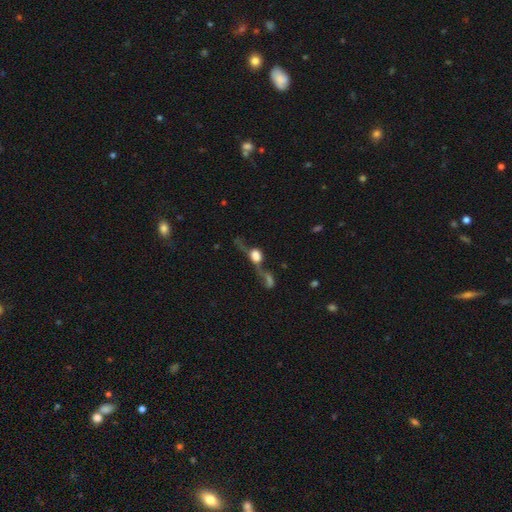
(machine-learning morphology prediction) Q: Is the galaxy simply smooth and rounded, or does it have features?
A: featured or disk — 43%.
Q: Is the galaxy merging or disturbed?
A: merger — 48%.